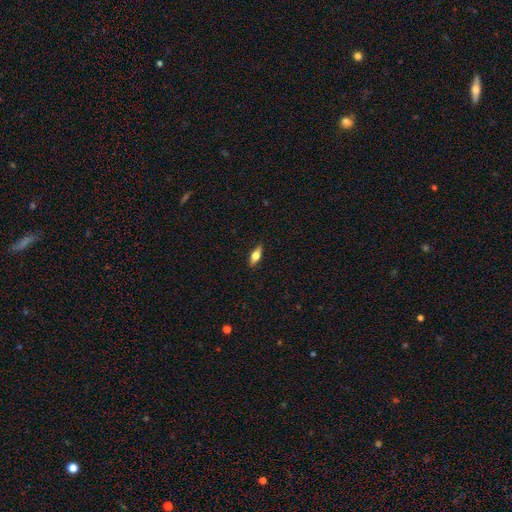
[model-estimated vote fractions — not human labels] Smooth or featured?
  - smooth: 59% *
  - featured or disk: 34%
  - star or artifact: 7%
How rounded?
  - in between: 68% *
  - cigar-shaped: 28%
  - round: 4%
Merging?
  - none: 88% *
  - minor disturbance: 9%
  - major disturbance: 2%
  - merger: 1%